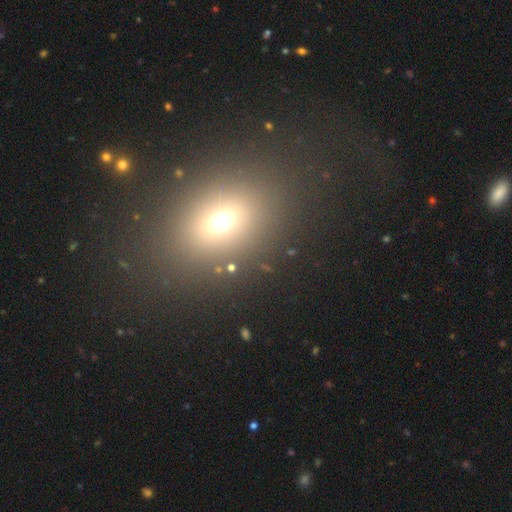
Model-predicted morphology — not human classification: smooth-or-featured: smooth: 62% | star or artifact: 24% | featured or disk: 14%
  how-rounded: in between: 61% | round: 37% | cigar-shaped: 2%
  merging: none: 81% | minor disturbance: 9% | major disturbance: 7% | merger: 3%